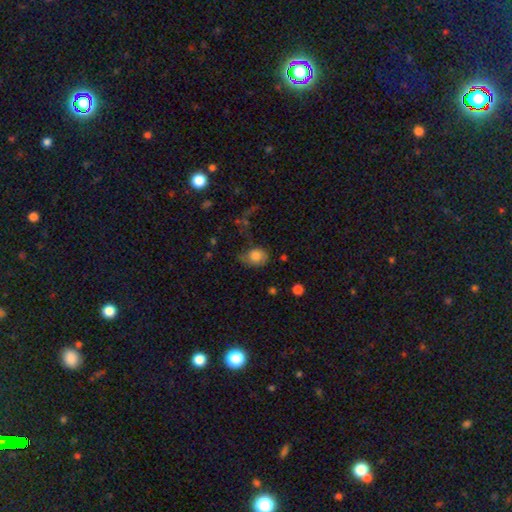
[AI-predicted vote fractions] This appears to be a smooth galaxy with no disk features (77%) that is round (53%). Merging: none (44%).